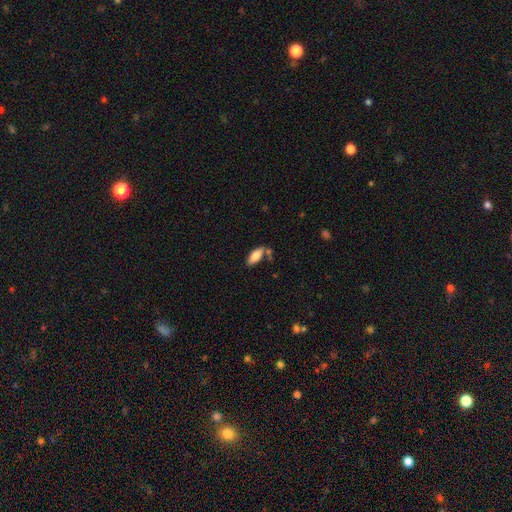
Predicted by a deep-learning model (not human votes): Morphology: type=smooth (81%); roundness=in between (80%); merging=none (68%).